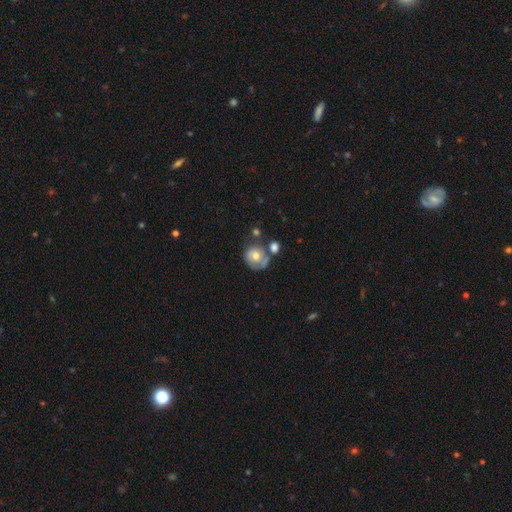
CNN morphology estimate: Smooth or featured?
  - smooth: 48% *
  - featured or disk: 44%
  - star or artifact: 7%
Merging?
  - none: 43% *
  - merger: 23%
  - minor disturbance: 21%
  - major disturbance: 13%